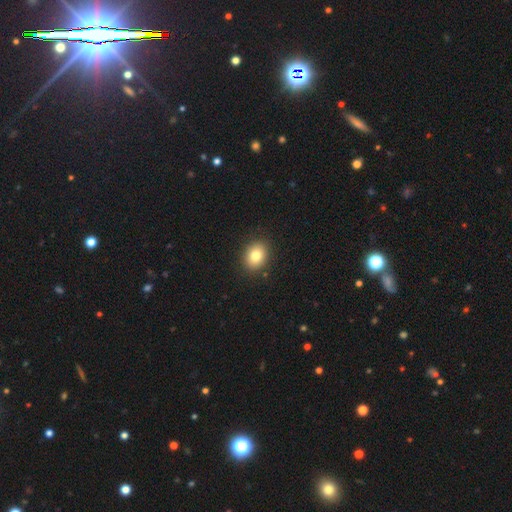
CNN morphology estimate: smooth 81%, star or artifact 10%, featured or disk 9%. Down the decision tree: how rounded — in between (51%); merging — none (89%).